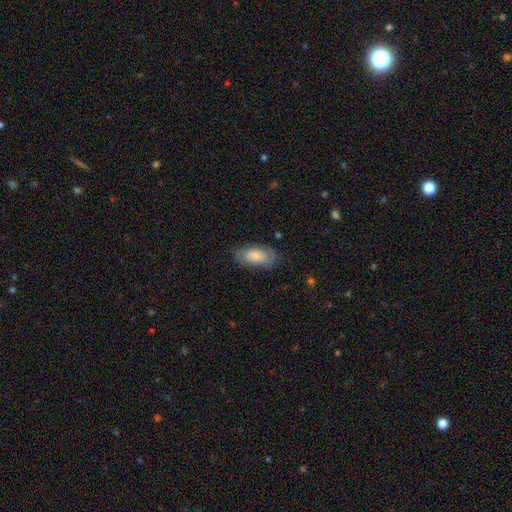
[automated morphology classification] Smooth or featured? smooth (64%)
How rounded? in between (93%)
Merging? none (75%)